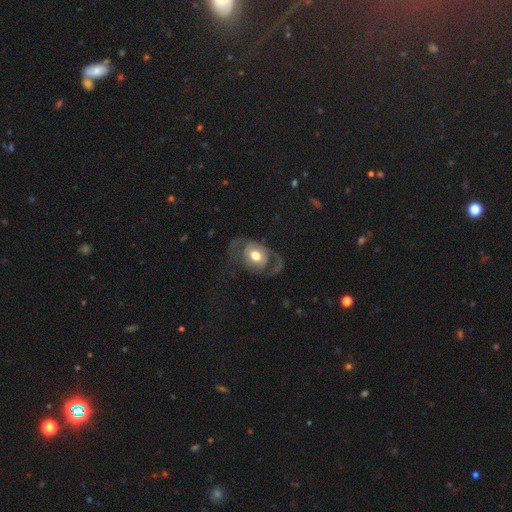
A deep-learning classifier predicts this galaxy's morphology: Q: Smooth or featured?
A: featured or disk (57%); runner-up: smooth (36%)
Q: Edge-on disk?
A: no (96%); runner-up: yes (4%)
Q: Bar?
A: no (76%); runner-up: weak (18%)
Q: Spiral arms?
A: yes (62%); runner-up: no (38%)
Q: Bulge size?
A: moderate (64%); runner-up: large (26%)
Q: Merging?
A: major disturbance (42%); runner-up: none (39%)